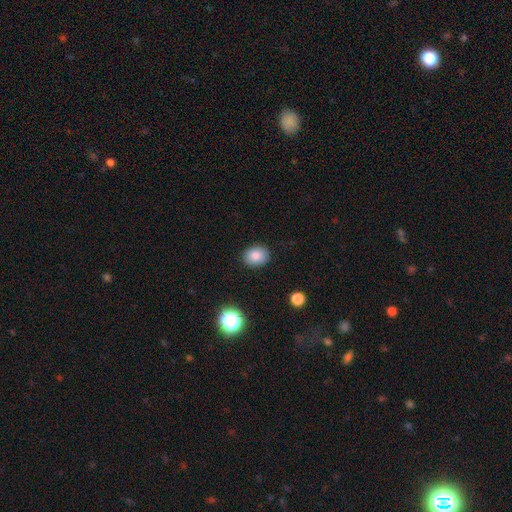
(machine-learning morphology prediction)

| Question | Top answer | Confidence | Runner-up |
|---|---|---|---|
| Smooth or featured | smooth | 83% | star or artifact (10%) |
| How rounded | in between | 52% | round (47%) |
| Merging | none | 88% | minor disturbance (8%) |